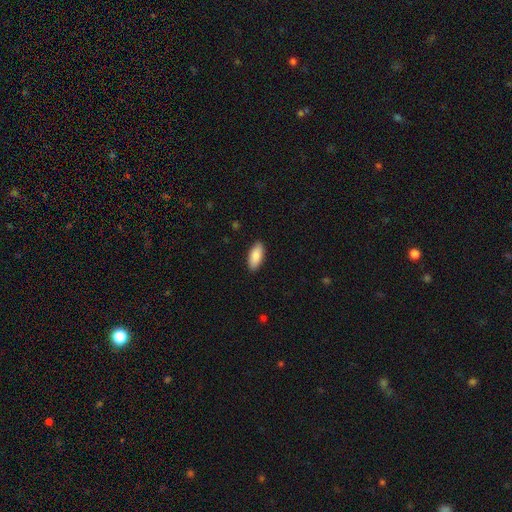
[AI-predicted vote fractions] Smooth or featured? Predicted: smooth (p=0.87). How rounded? Predicted: in between (p=0.87). Merging? Predicted: none (p=0.89).